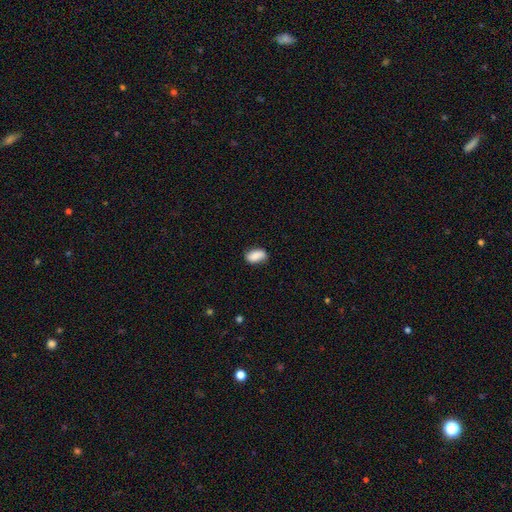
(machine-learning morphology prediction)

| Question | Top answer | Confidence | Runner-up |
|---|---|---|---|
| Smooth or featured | smooth | 79% | featured or disk (13%) |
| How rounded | in between | 89% | round (8%) |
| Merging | none | 75% | minor disturbance (20%) |